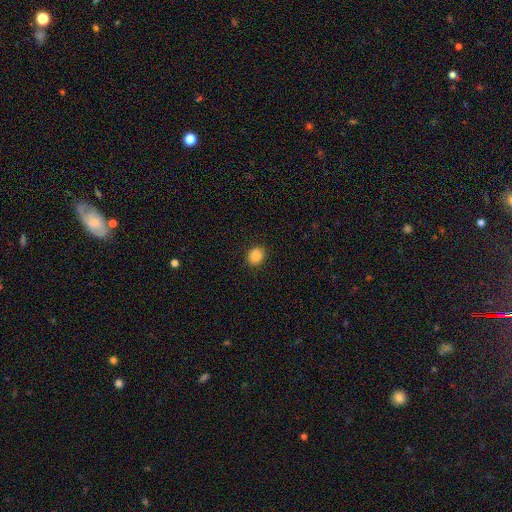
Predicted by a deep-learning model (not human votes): Smooth or featured? smooth (88%)
How rounded? round (64%)
Merging? none (89%)